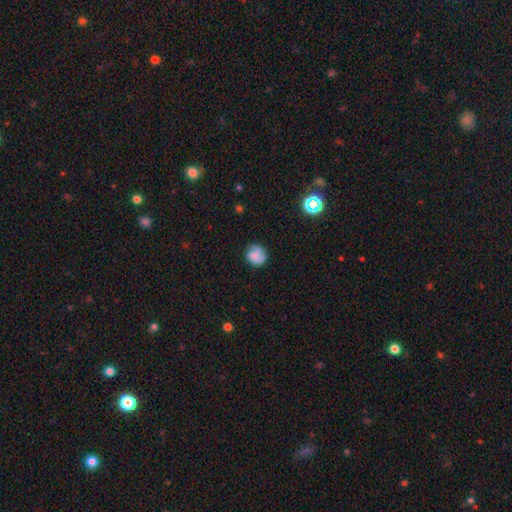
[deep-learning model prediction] Smooth or featured?
  - smooth: 59% *
  - featured or disk: 30%
  - star or artifact: 10%
How rounded?
  - round: 79% *
  - in between: 20%
  - cigar-shaped: 1%
Merging?
  - none: 69% *
  - minor disturbance: 23%
  - major disturbance: 7%
  - merger: 2%